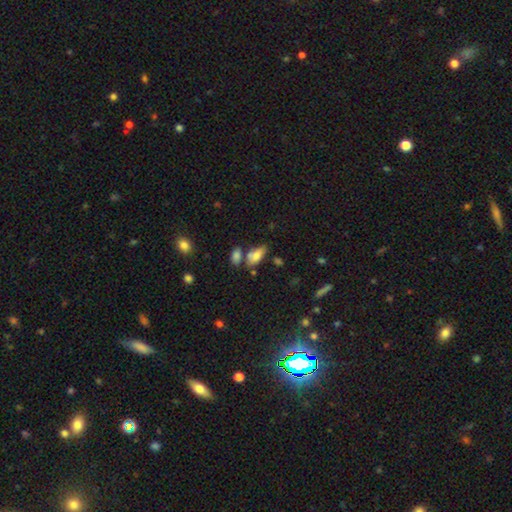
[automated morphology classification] smooth_or_featured: smooth (p=0.77) [alt: featured or disk p=0.15]
how_rounded: in between (p=0.87) [alt: cigar-shaped p=0.09]
merging: none (p=0.51) [alt: merger p=0.24]